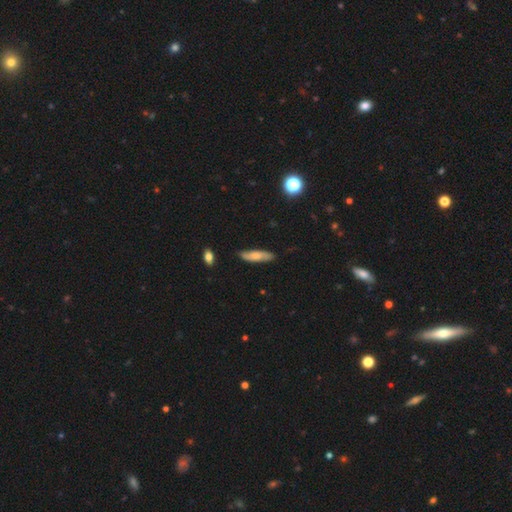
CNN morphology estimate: The model was most divided on "smooth or featured": smooth: 63%, featured or disk: 31%, star or artifact: 6%. More confident: merging — none (80%); how rounded — cigar-shaped (66%).